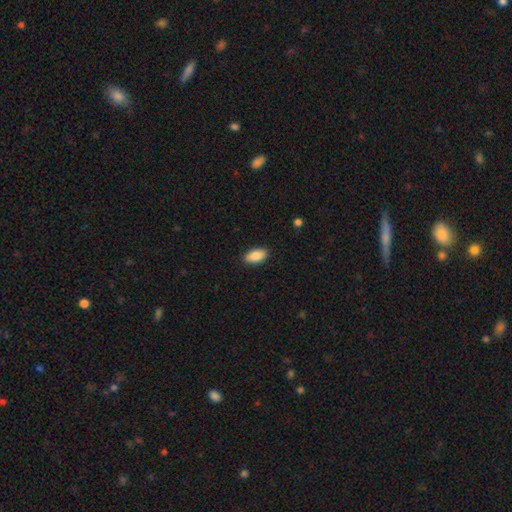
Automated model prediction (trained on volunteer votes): smooth_or_featured: smooth (p=0.88) [alt: star or artifact p=0.07]
how_rounded: in between (p=0.93) [alt: cigar-shaped p=0.05]
merging: none (p=0.89) [alt: minor disturbance p=0.08]